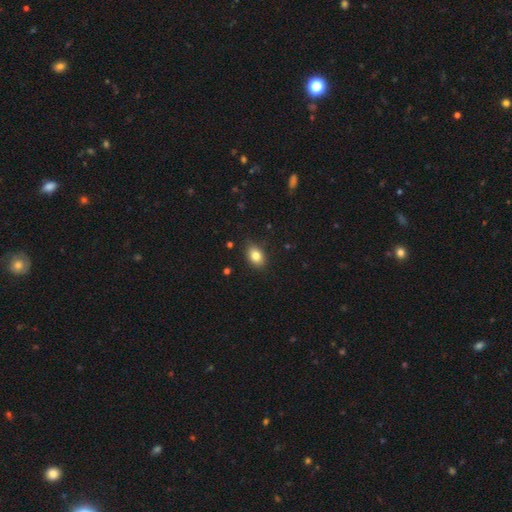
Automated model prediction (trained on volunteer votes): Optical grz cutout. It shows a smooth galaxy with no disk features (82%) that is in between round and cigar-shaped (77%). Merging: none (82%).